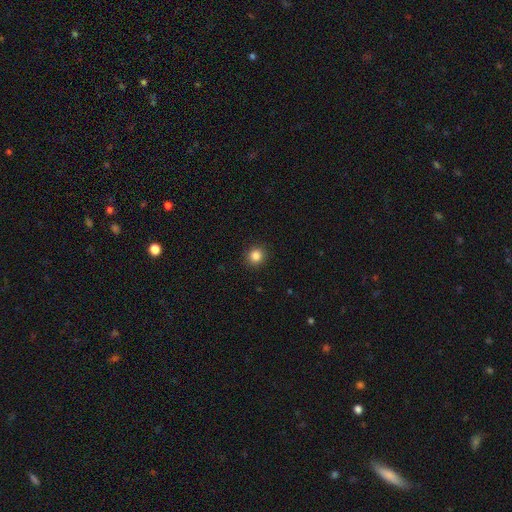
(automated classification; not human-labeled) Q: Smooth or featured?
A: smooth (85%); runner-up: star or artifact (11%)
Q: How rounded?
A: round (91%); runner-up: in between (8%)
Q: Merging?
A: none (92%); runner-up: minor disturbance (5%)